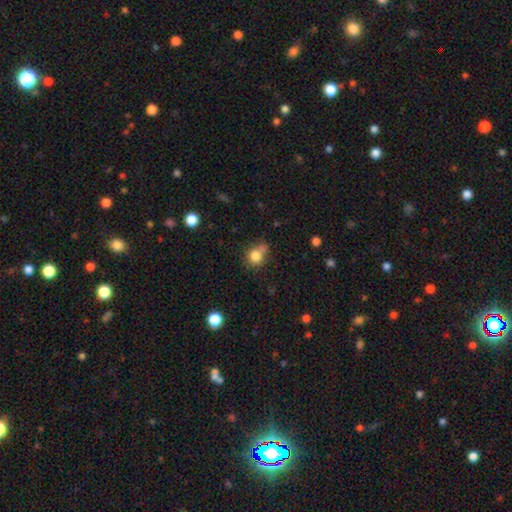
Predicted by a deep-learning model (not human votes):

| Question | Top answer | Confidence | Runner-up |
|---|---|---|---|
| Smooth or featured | smooth | 81% | star or artifact (11%) |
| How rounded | round | 74% | in between (24%) |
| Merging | none | 52% | minor disturbance (24%) |